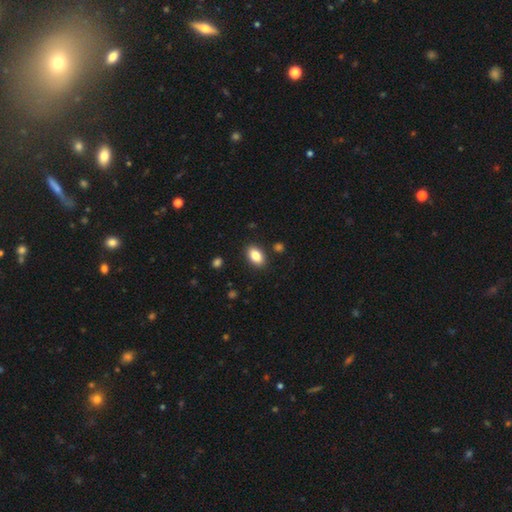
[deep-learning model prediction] This appears to be a smooth galaxy with no disk features (85%) that is in between round and cigar-shaped (89%). Merging: none (88%).